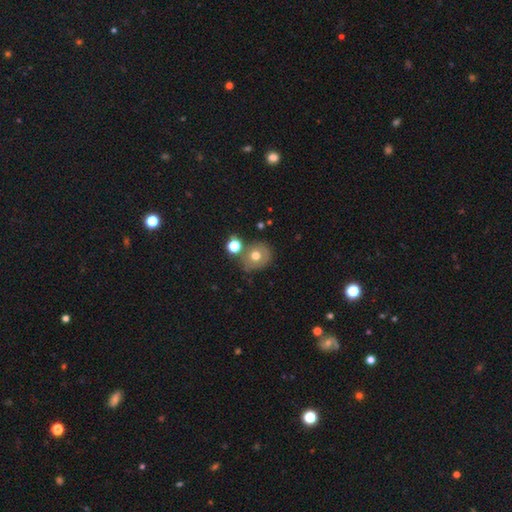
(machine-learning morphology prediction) This is likely a smooth galaxy (64%). How rounded: clearly round (81%). Merging: likely none (63%).